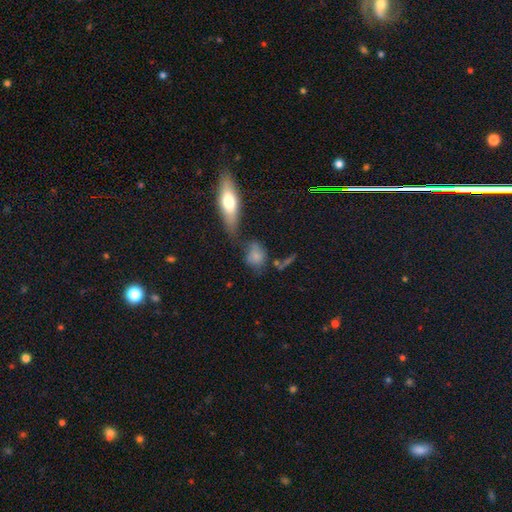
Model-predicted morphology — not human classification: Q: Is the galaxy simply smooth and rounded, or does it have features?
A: smooth — 72%.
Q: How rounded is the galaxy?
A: round — 51%.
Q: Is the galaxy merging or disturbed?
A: none — 47%.